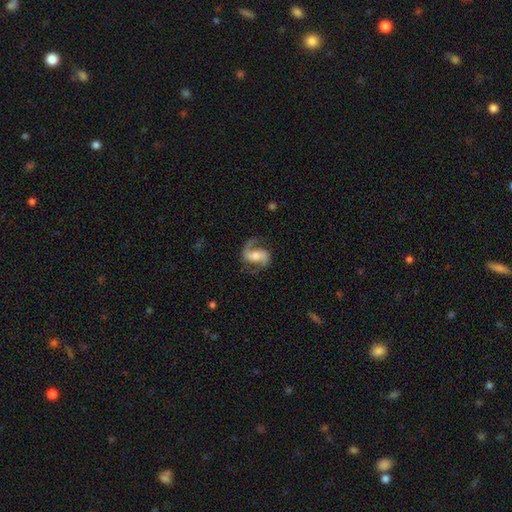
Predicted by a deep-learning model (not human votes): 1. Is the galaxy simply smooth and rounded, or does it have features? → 89% featured or disk, 6% smooth, 5% star or artifact.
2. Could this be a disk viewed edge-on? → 98% no, 2% yes.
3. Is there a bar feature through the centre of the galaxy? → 40% weak, 38% no, 23% strong.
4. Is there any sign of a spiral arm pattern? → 97% yes, 3% no.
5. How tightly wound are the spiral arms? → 50% medium, 39% loose, 11% tight.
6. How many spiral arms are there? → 91% 2, 4% 1, 2% can't tell, 1% 3, 1% 4, 1% more than 4.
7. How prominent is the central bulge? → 57% moderate, 29% small, 9% large, 4% none, 1% dominant.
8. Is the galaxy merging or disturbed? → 77% none, 14% minor disturbance, 8% major disturbance, 1% merger.